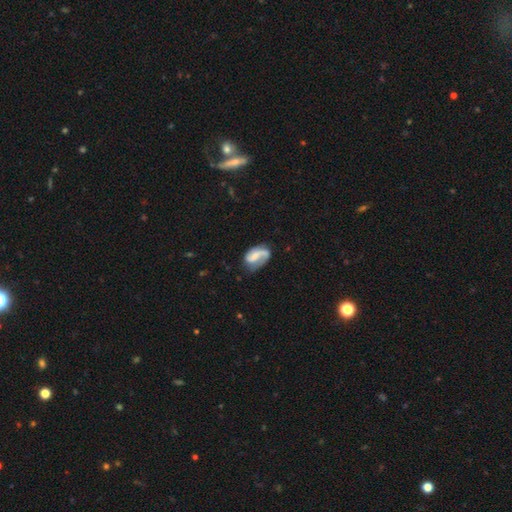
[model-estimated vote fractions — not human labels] This appears to be a featured or disk galaxy (69%) with a weak bar (40%), 2 (57%) loose (43%) spiral arms (90%) and no central bulge (41%). Merging: none (52%).